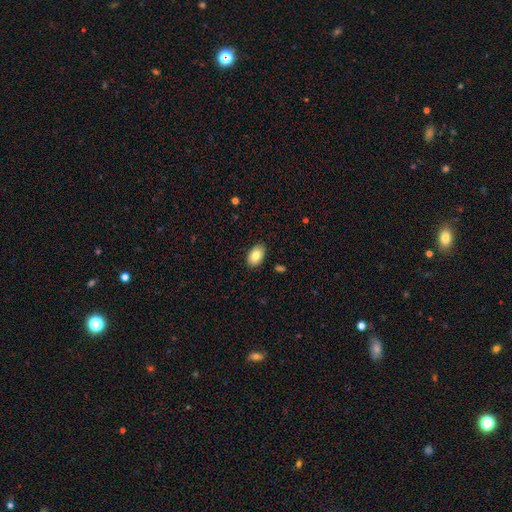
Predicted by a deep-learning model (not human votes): Smooth or featured? smooth (83%)
How rounded? in between (91%)
Merging? none (88%)